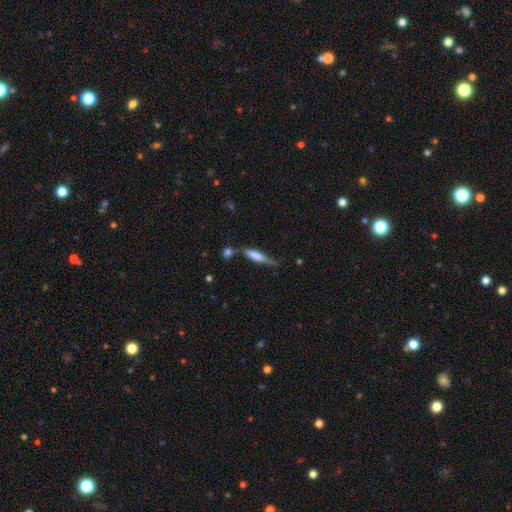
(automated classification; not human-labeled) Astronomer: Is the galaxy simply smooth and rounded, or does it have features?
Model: smooth — 66%.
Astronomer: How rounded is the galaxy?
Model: cigar-shaped — 80%.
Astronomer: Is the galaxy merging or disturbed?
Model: none — 46% (runner-up: minor disturbance, 28%).